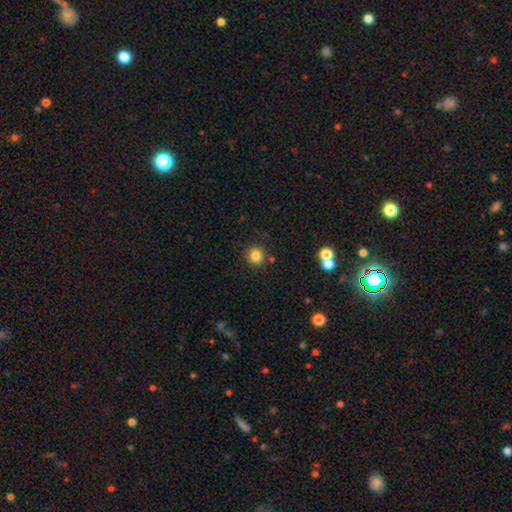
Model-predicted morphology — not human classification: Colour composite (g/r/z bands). It shows a smooth galaxy with no disk features (83%) that is round (89%). Merging: none (86%).